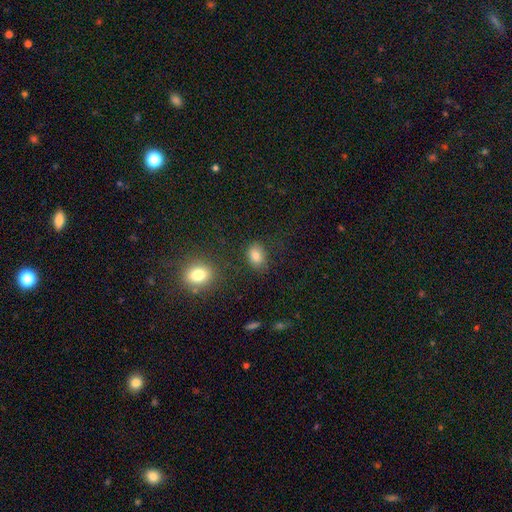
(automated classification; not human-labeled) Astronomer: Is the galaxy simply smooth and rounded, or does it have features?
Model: smooth — 82%.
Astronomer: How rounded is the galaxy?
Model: in between — 72%.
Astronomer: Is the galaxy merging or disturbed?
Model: none — 77%.